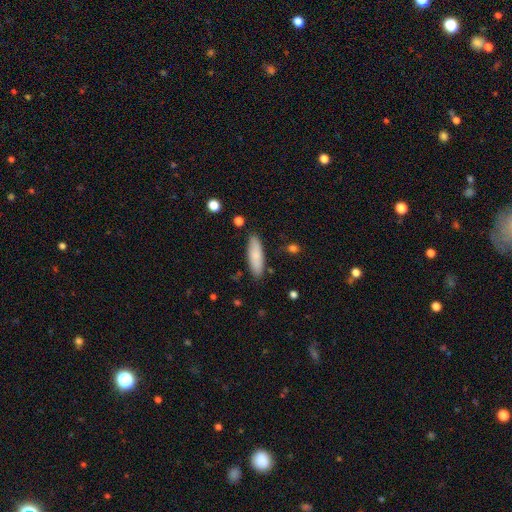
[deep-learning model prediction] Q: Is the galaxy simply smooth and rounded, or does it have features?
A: smooth — 80%.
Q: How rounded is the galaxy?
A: cigar-shaped — 53%.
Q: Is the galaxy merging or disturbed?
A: none — 86%.